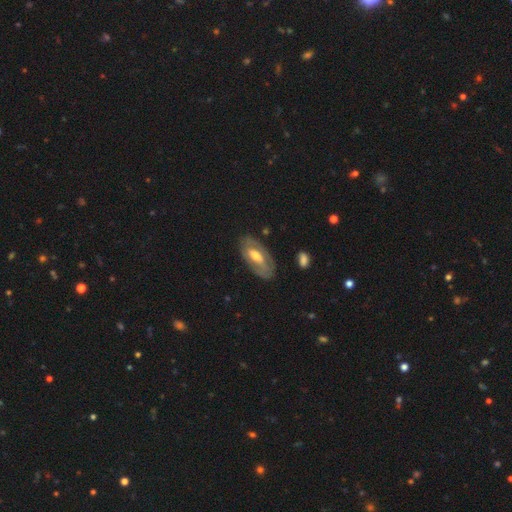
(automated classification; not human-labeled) Smooth or featured? featured or disk (65%)
Edge-on disk? no (90%)
Bar? weak (40%)
Spiral arms? yes (62%)
Bulge size? moderate (61%)
Merging? none (76%)